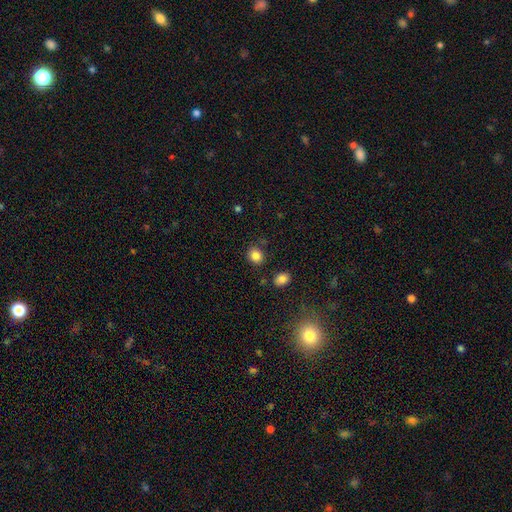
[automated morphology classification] Q: Smooth or featured?
A: smooth (85%); runner-up: star or artifact (10%)
Q: How rounded?
A: round (71%); runner-up: in between (28%)
Q: Merging?
A: none (83%); runner-up: minor disturbance (10%)